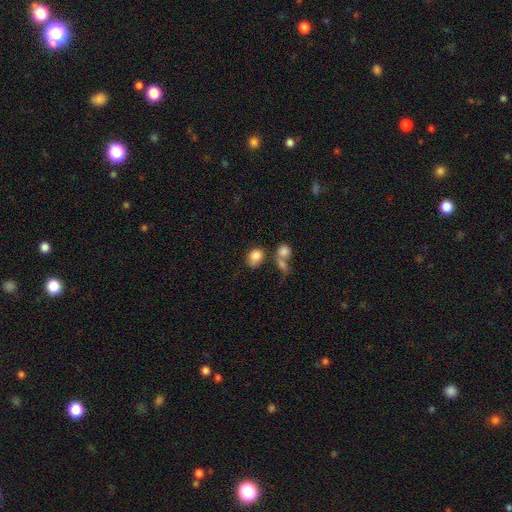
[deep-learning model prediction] Smooth or featured? smooth (81%)
How rounded? in between (50%)
Merging? none (46%)